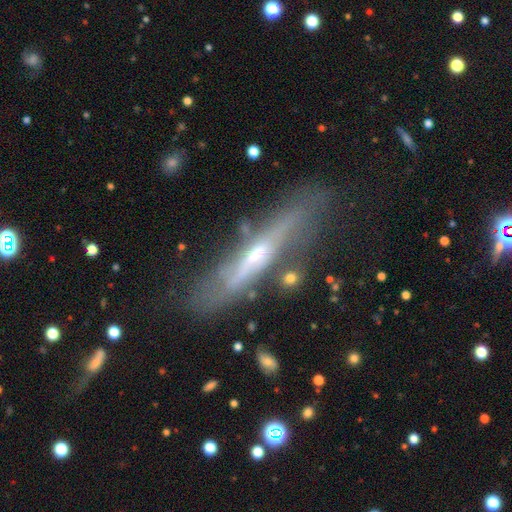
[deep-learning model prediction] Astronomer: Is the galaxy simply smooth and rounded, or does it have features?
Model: featured or disk — 70%.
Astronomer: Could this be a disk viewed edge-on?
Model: yes — 75%.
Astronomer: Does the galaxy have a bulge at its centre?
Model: rounded — 55% (runner-up: none, 33%).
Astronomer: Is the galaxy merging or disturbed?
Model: none — 59%.